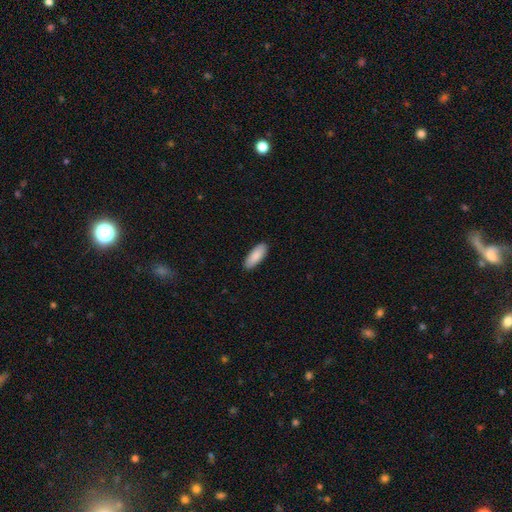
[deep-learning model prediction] Smooth or featured? smooth (89%)
How rounded? in between (77%)
Merging? none (90%)